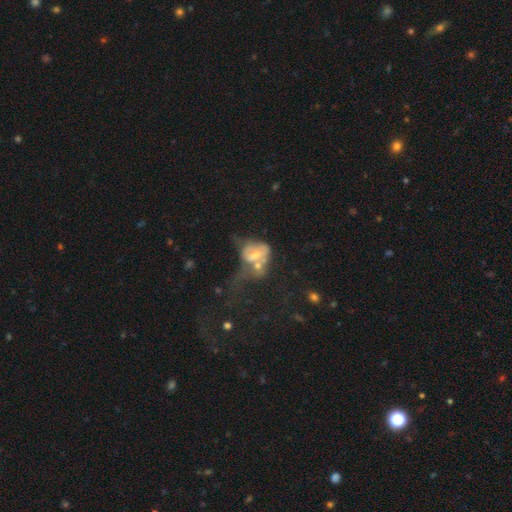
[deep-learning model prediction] The model was most divided on "smooth or featured": featured or disk: 47%, smooth: 43%, star or artifact: 11%. Remaining: merging — merger (47%).